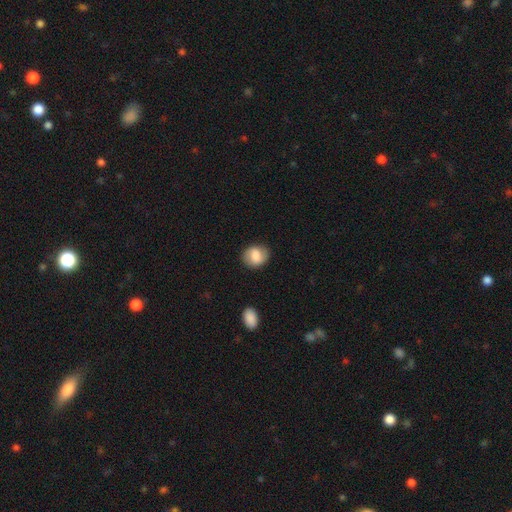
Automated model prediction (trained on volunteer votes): This is likely a smooth galaxy (71%). How rounded: possibly round (57%). Merging: likely none (79%).